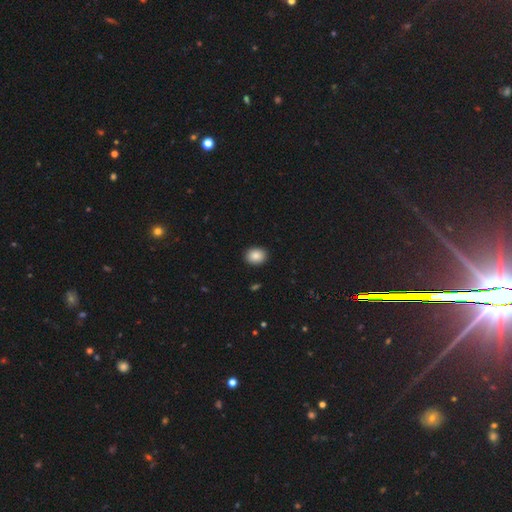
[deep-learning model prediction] Overall: smooth (88%). How rounded: in between (51%; round 48%). Merging: none (92%).